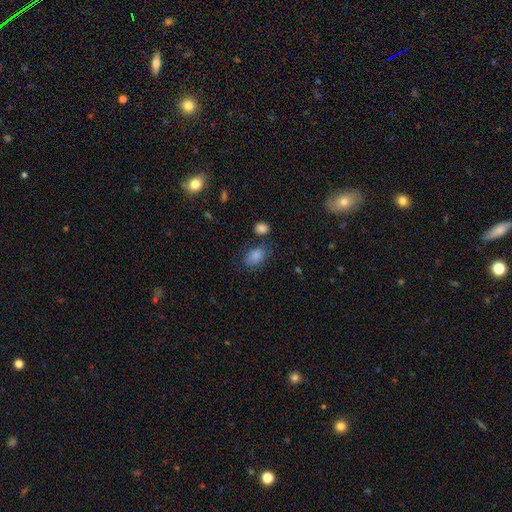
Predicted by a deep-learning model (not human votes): Q: Smooth or featured?
A: smooth (84%); runner-up: star or artifact (9%)
Q: How rounded?
A: in between (83%); runner-up: round (16%)
Q: Merging?
A: none (63%); runner-up: minor disturbance (21%)